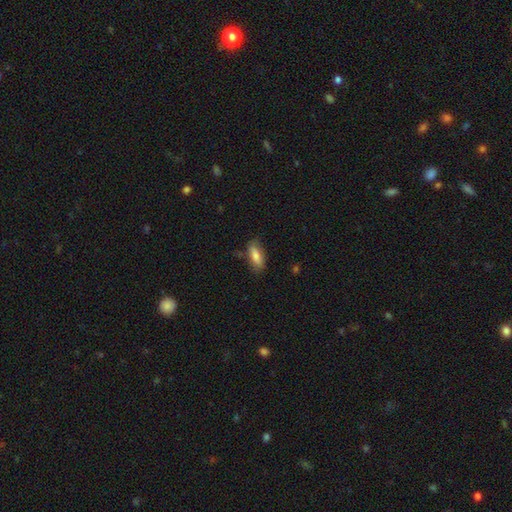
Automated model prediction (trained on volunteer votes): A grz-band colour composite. It shows a smooth galaxy with no disk features (79%) that is in between round and cigar-shaped (69%). Merging: none (75%).